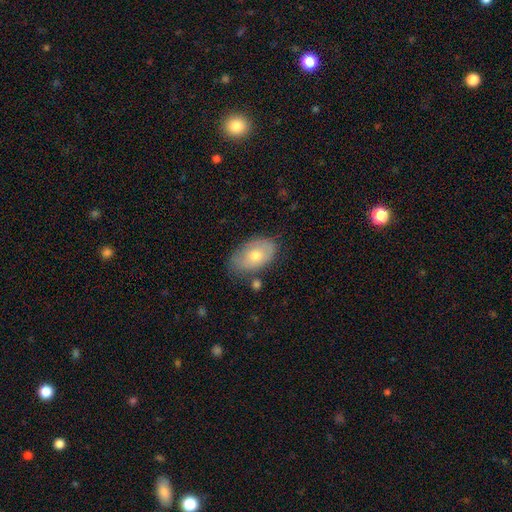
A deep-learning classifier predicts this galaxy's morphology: A smooth galaxy with no disk features (66%) that is in between round and cigar-shaped (90%).

Vote fractions:
- Smooth or featured? smooth: 66% / featured or disk: 28% / star or artifact: 7%
- How rounded? in between: 90% / round: 9% / cigar-shaped: 1%
- Merging? none: 64% / minor disturbance: 26% / major disturbance: 6% / merger: 4%